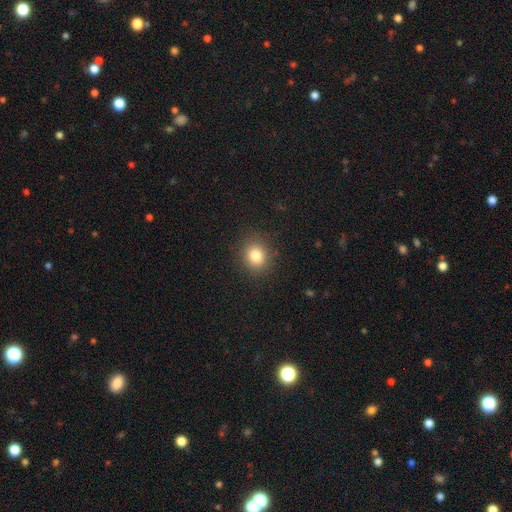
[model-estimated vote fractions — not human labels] Overall: smooth (81%). How rounded: round (69%; in between 30%). Merging: none (88%).